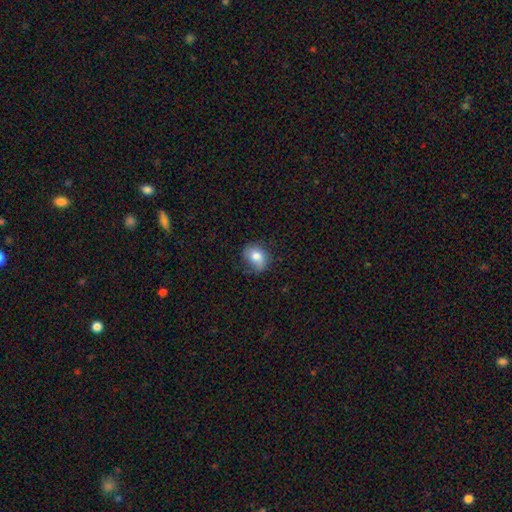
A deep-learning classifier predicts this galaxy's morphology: type=smooth (74%); roundness=in between (52%); merging=none (59%).